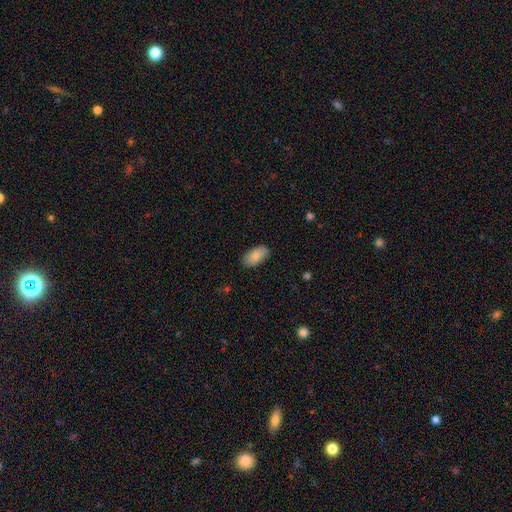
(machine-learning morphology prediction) A smooth galaxy with no disk features (84%) that is in between round and cigar-shaped (95%). Merging: none (85%).